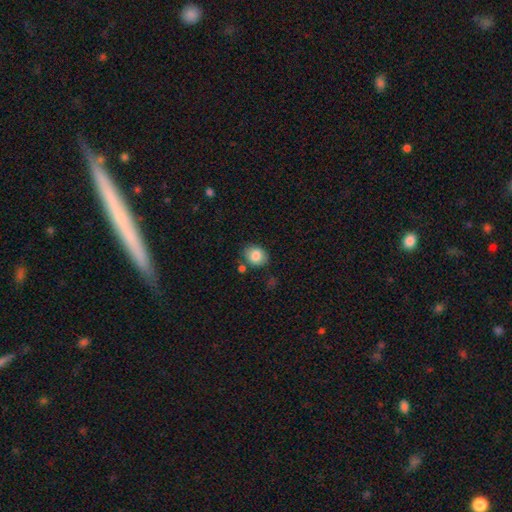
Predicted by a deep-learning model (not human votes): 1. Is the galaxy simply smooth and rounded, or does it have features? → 84% smooth, 8% star or artifact, 7% featured or disk.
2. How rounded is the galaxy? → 61% round, 38% in between, 1% cigar-shaped.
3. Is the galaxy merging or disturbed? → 77% none, 14% minor disturbance, 6% merger, 3% major disturbance.